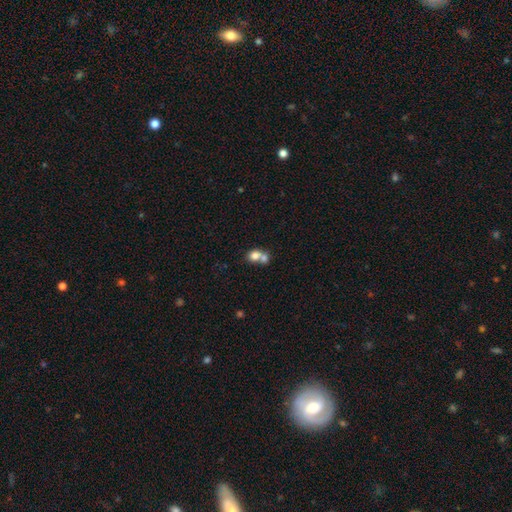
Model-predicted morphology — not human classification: Smooth or featured? Predicted: smooth (p=0.77). How rounded? Predicted: round (p=0.66). Merging? Predicted: merger (p=0.63).